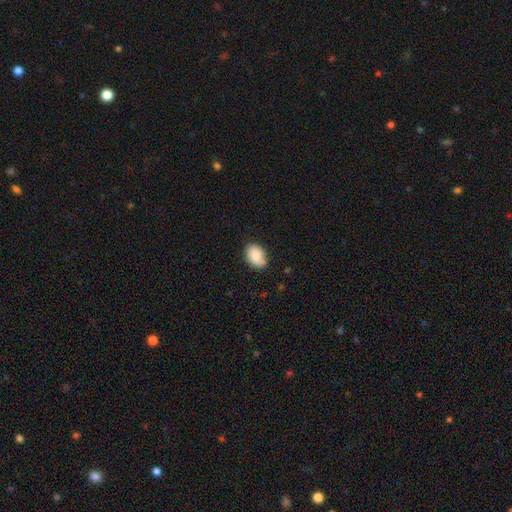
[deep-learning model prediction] A smooth galaxy with no disk features (78%) that is in between round and cigar-shaped (80%).

Vote fractions:
- Smooth or featured? smooth: 78% / featured or disk: 15% / star or artifact: 7%
- How rounded? in between: 80% / round: 19% / cigar-shaped: 1%
- Merging? none: 69% / minor disturbance: 24% / major disturbance: 5% / merger: 3%